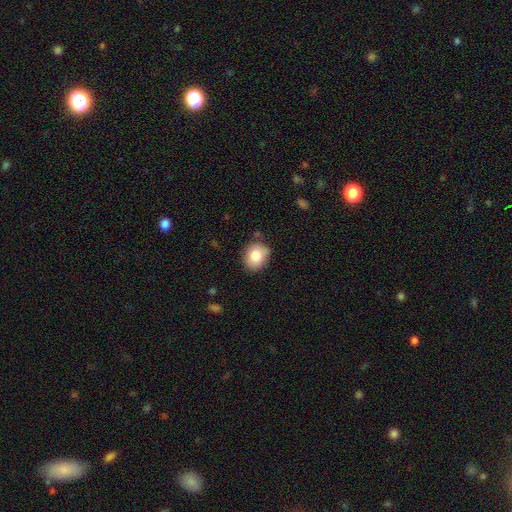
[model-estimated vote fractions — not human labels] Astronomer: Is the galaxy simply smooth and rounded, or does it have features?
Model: smooth — 83%.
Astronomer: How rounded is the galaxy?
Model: round — 61% (runner-up: in between, 38%).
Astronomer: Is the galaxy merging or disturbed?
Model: none — 81%.